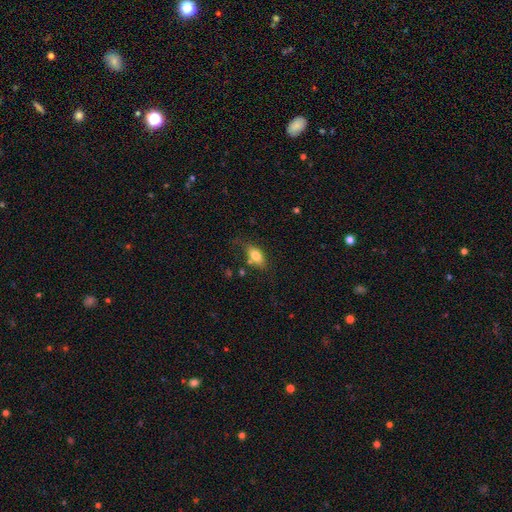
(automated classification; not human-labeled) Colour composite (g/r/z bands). It shows a smooth galaxy with no disk features (79%) that is in between round and cigar-shaped (86%). Merging: none (68%).